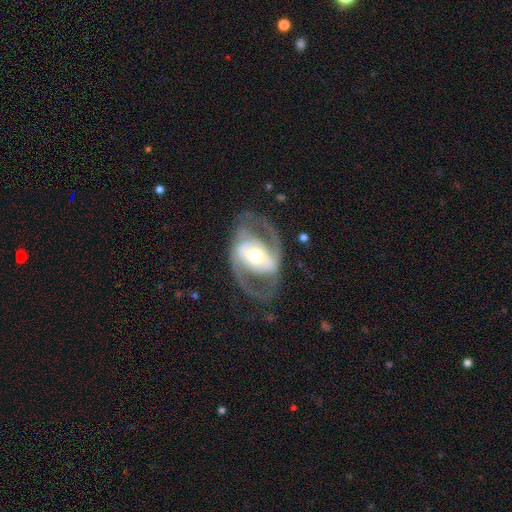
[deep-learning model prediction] The model was most divided on "bar": strong: 43%, weak: 29%, no: 28%. More confident: edge-on disk — no (96%); spiral arm count — 2 (89%); smooth or featured — featured or disk (86%); spiral arms — yes (83%); merging — none (71%); bulge size — moderate (64%); spiral winding — medium (55%).